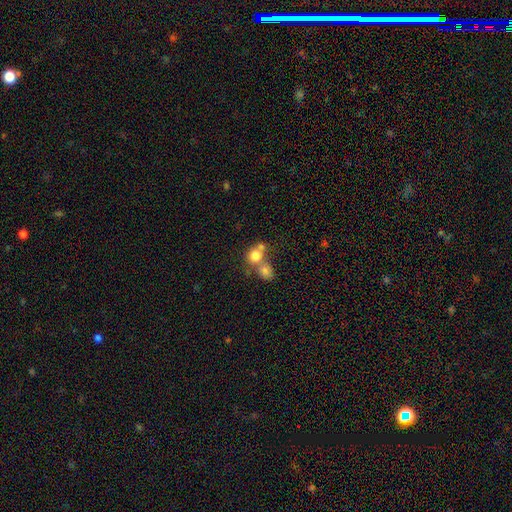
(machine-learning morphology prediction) smooth_or_featured: smooth (p=0.76) [alt: featured or disk p=0.12]
how_rounded: round (p=0.77) [alt: in between p=0.21]
merging: merger (p=0.53) [alt: none p=0.35]